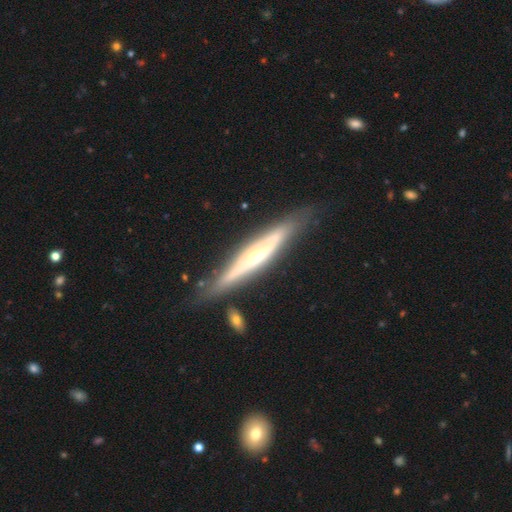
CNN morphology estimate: type=featured or disk (73%); edge-on=yes (84%); edge-on bulge=rounded (62%); merging=none (73%).